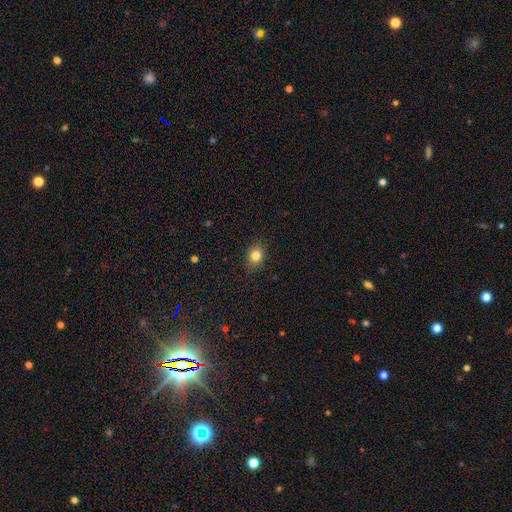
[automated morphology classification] A smooth galaxy with no disk features (82%) that is round (55%).

Vote fractions:
- Smooth or featured? smooth: 82% / star or artifact: 11% / featured or disk: 7%
- How rounded? round: 55% / in between: 44% / cigar-shaped: 1%
- Merging? none: 86% / minor disturbance: 11% / major disturbance: 2% / merger: 1%